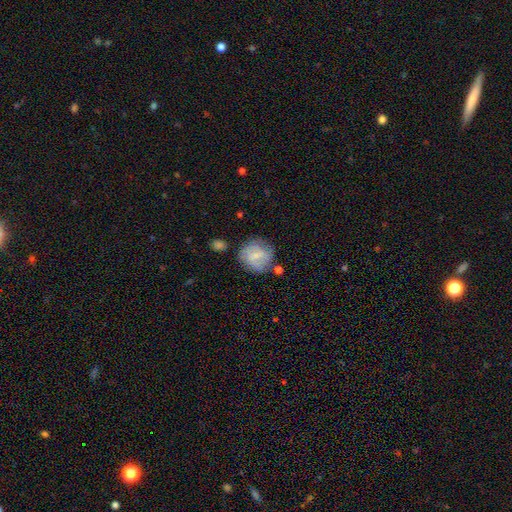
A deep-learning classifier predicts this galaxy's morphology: The model was most divided on "smooth or featured": smooth: 58%, featured or disk: 34%, star or artifact: 8%. More confident: how rounded — round (83%); merging — none (62%).